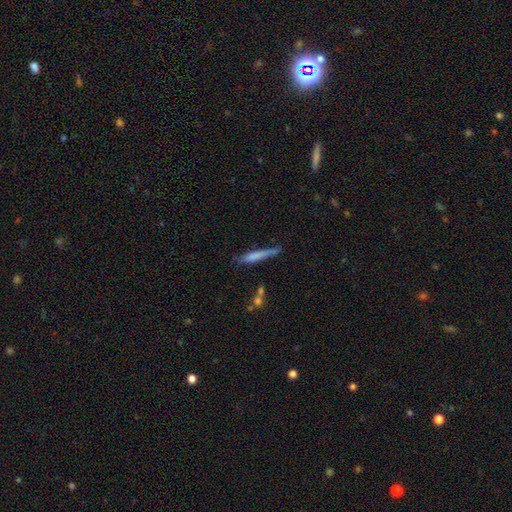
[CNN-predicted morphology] smooth 63%, featured or disk 30%, star or artifact 7%. Down the decision tree: how rounded — cigar-shaped (93%); merging — none (60%).